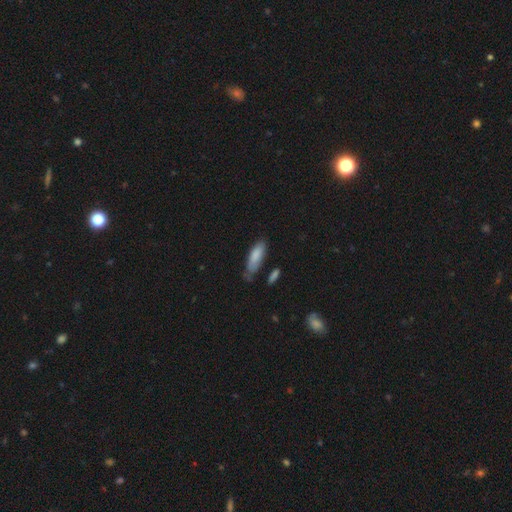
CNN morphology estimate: smooth_or_featured: smooth (p=0.83) [alt: featured or disk p=0.11]
how_rounded: in between (p=0.58) [alt: cigar-shaped p=0.41]
merging: none (p=0.59) [alt: minor disturbance p=0.29]